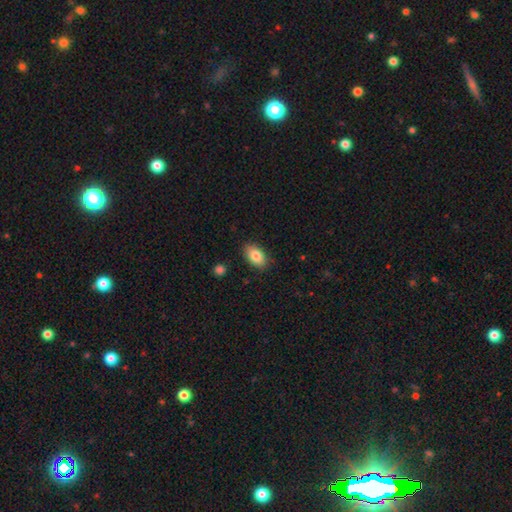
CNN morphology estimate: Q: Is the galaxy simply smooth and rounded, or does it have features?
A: smooth — 82%.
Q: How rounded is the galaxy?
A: in between — 91%.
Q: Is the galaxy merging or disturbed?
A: none — 87%.